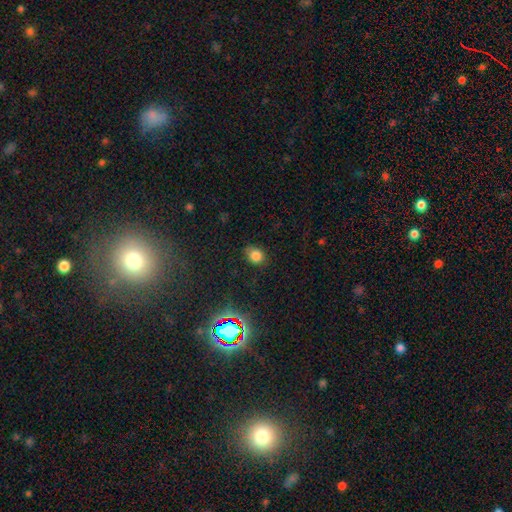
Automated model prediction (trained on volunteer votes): Smooth or featured? Predicted: smooth (p=0.79). How rounded? Predicted: round (p=0.56). Merging? Predicted: none (p=0.74).